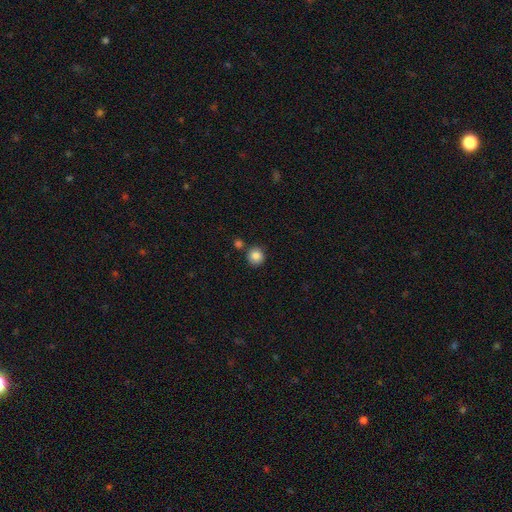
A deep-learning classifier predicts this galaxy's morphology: smooth 86%, star or artifact 9%, featured or disk 5%. Down the decision tree: how rounded — round (92%); merging — none (80%).